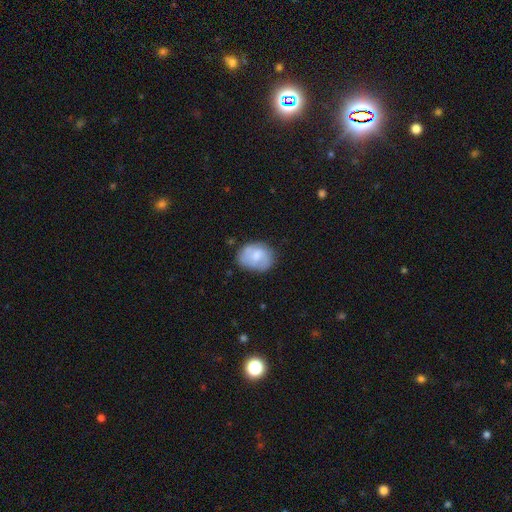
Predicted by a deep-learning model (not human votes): smooth-or-featured: smooth: 54% | featured or disk: 39% | star or artifact: 7%
  how-rounded: in between: 57% | round: 42% | cigar-shaped: 1%
  merging: none: 69% | minor disturbance: 23% | major disturbance: 6% | merger: 2%